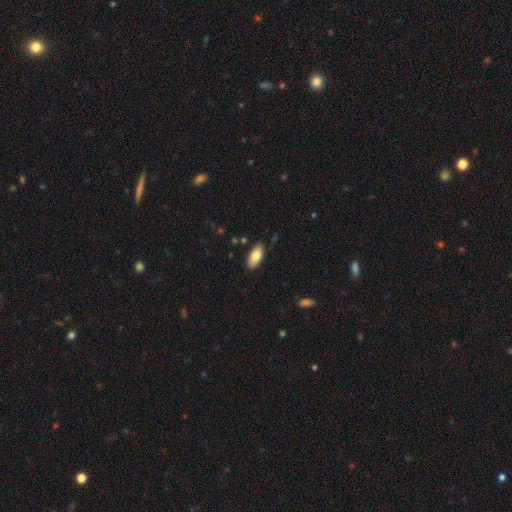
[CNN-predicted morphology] A smooth galaxy with no disk features (80%) that is in between round and cigar-shaped (91%). Merging: none (86%).